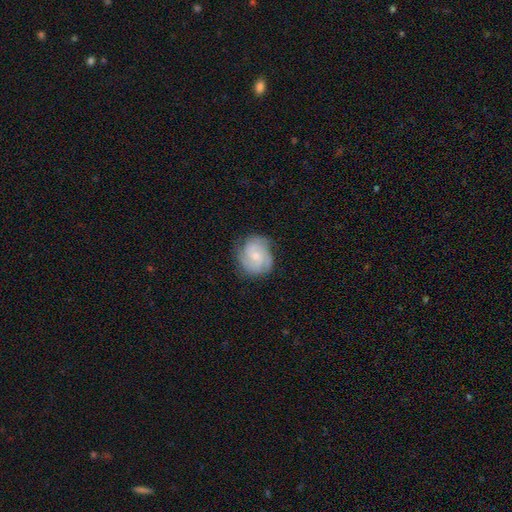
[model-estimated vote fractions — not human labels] This appears to be a featured or disk galaxy (72%) with no bar (70%), 3 (37%) tight (56%) spiral arms (94%) and a small central bulge (62%). Merging: none (74%).